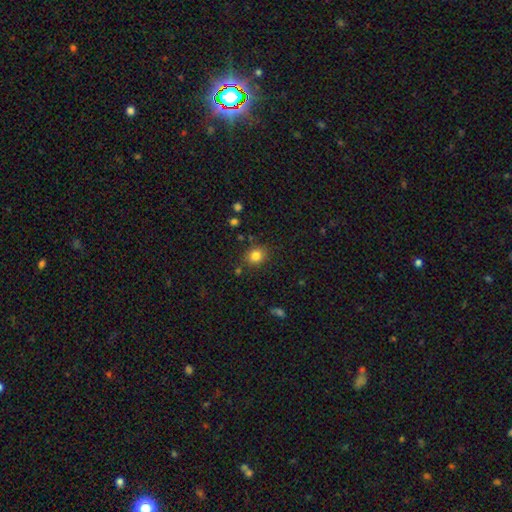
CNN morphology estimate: Smooth or featured? Predicted: smooth (p=0.82). How rounded? Predicted: round (p=0.72). Merging? Predicted: none (p=0.81).